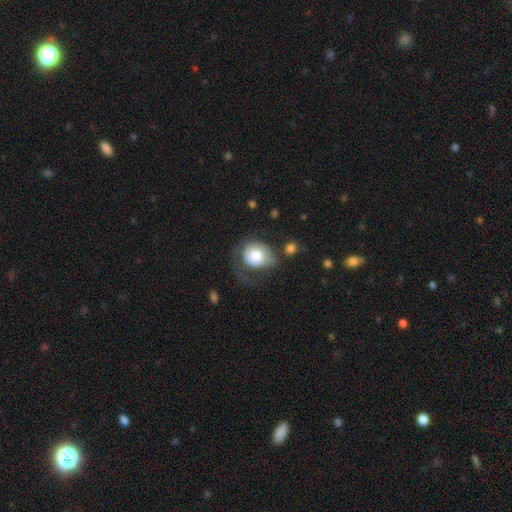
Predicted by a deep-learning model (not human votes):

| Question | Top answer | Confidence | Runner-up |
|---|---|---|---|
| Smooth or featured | smooth | 69% | featured or disk (24%) |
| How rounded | round | 70% | in between (29%) |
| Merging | major disturbance | 41% | none (31%) |